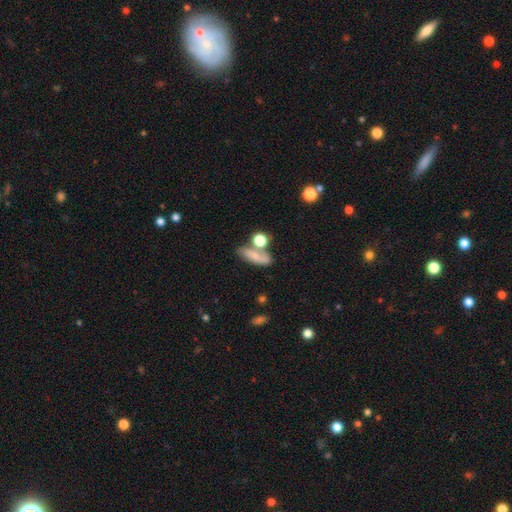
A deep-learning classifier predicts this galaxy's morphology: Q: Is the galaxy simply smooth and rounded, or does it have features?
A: smooth — 65%.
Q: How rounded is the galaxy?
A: in between — 58%.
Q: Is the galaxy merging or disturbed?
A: none — 46%.